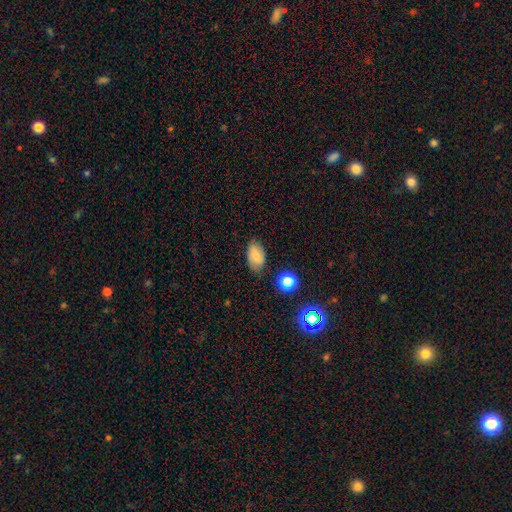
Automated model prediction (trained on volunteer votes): The model was most divided on "smooth or featured": smooth: 65%, featured or disk: 24%, star or artifact: 11%. More confident: how rounded — in between (90%); merging — none (75%).